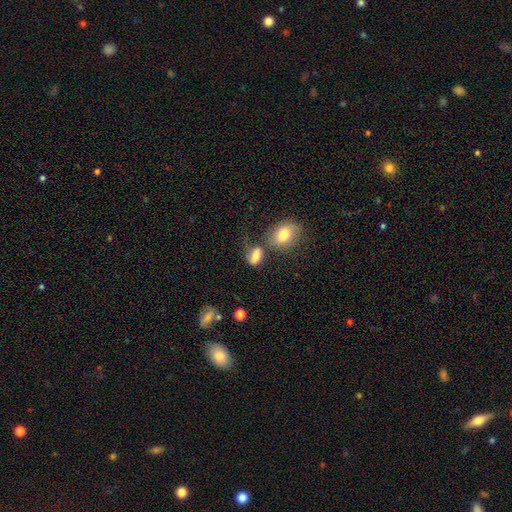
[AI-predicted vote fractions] smooth-or-featured: smooth: 73% | featured or disk: 16% | star or artifact: 11%
  how-rounded: in between: 82% | round: 13% | cigar-shaped: 5%
  merging: none: 40% | merger: 26% | minor disturbance: 20% | major disturbance: 14%